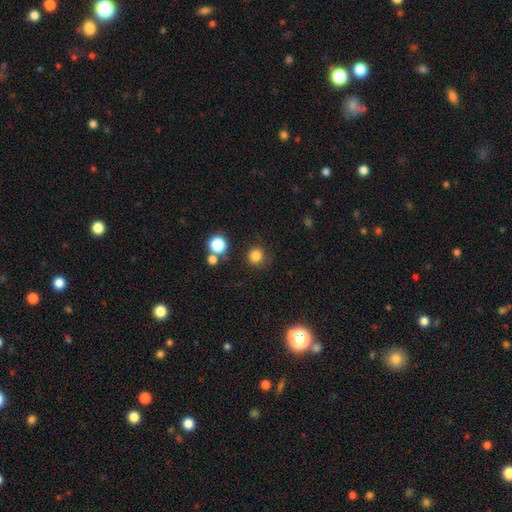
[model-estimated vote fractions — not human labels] This is clearly a smooth galaxy (81%). How rounded: clearly round (92%). Merging: likely none (78%).